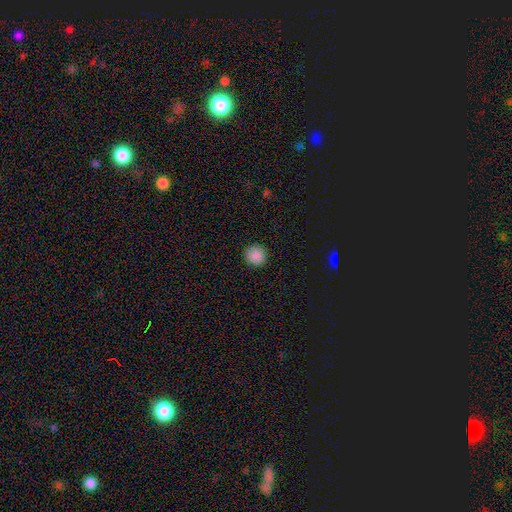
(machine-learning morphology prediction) Smooth or featured? smooth (88%)
How rounded? round (93%)
Merging? none (91%)